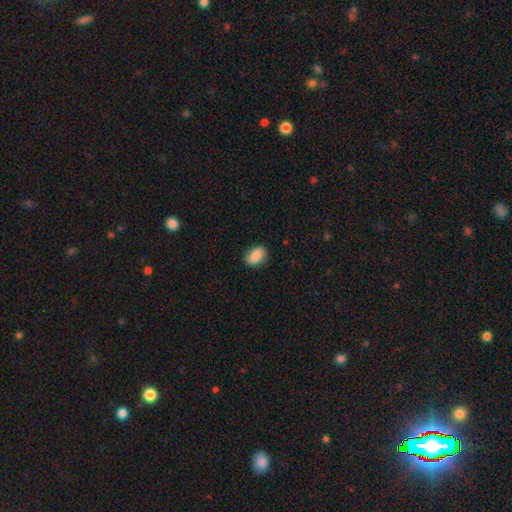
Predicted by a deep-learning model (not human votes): Smooth or featured? Predicted: smooth (p=0.82). How rounded? Predicted: in between (p=0.86). Merging? Predicted: none (p=0.82).